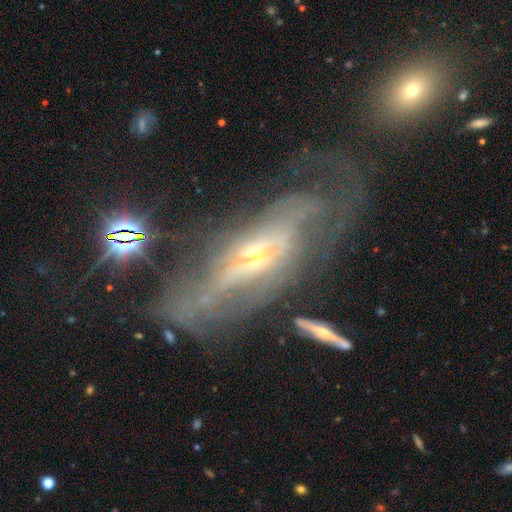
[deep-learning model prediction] Smooth or featured? featured or disk (77%)
Edge-on disk? no (61%)
Merging? none (38%)